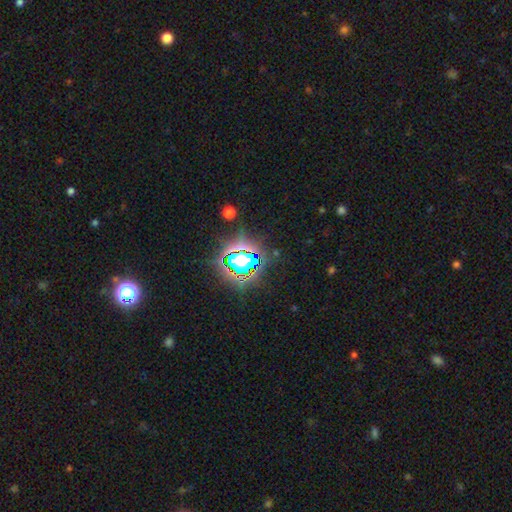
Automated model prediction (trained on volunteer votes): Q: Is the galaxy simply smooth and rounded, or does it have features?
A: star or artifact — 78%.